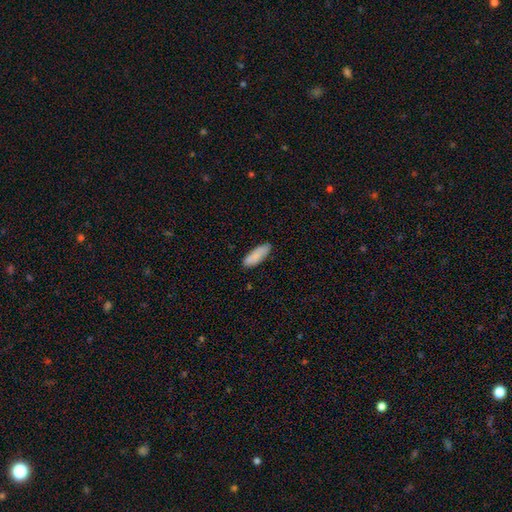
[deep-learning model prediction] Smooth or featured: smooth — 87% (featured or disk — 7%)
How rounded: in between — 59% (cigar-shaped — 40%)
Merging: none — 86% (minor disturbance — 11%)